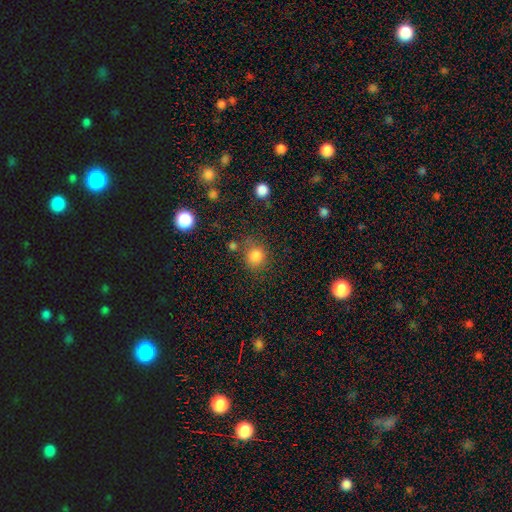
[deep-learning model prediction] Overall: smooth (83%). How rounded: round (81%). Merging: none (70%).